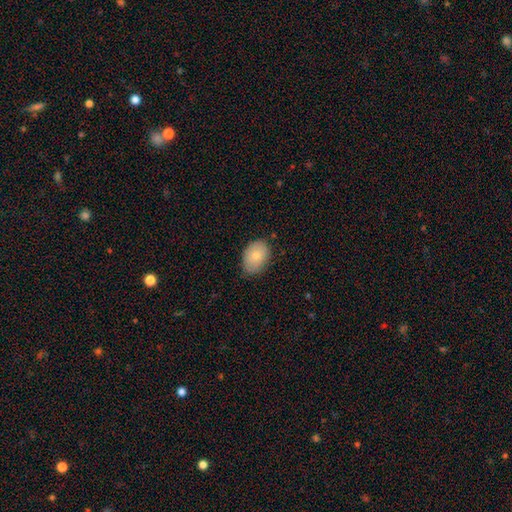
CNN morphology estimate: A smooth galaxy with no disk features (78%) that is in between round and cigar-shaped (80%). Merging: none (78%).